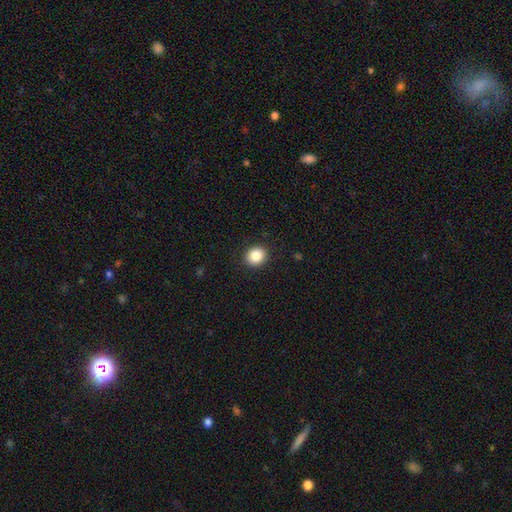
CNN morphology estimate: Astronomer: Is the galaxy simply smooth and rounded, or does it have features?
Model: smooth — 86%.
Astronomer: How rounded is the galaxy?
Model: round — 78%.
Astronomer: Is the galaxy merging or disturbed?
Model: none — 91%.